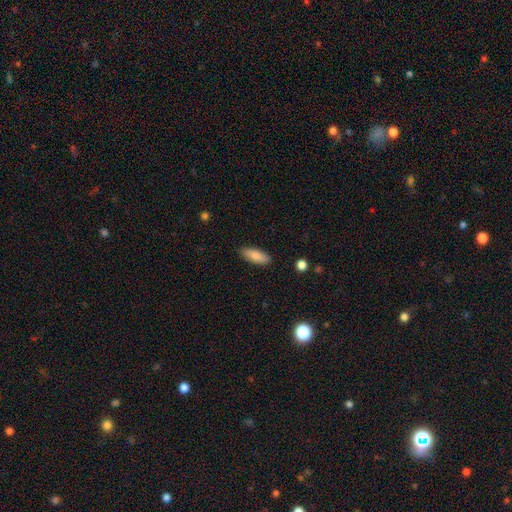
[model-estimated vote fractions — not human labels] smooth-or-featured: smooth: 85% | featured or disk: 8% | star or artifact: 6%
  how-rounded: in between: 71% | cigar-shaped: 27% | round: 2%
  merging: none: 87% | minor disturbance: 9% | major disturbance: 2% | merger: 1%